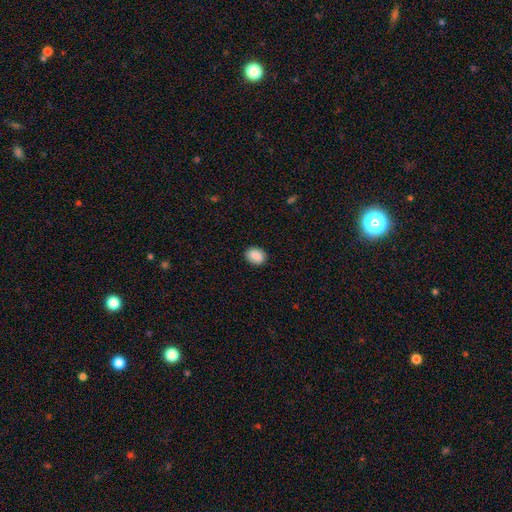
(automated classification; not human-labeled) Morphology: type=smooth (89%); roundness=in between (60%); merging=none (88%).